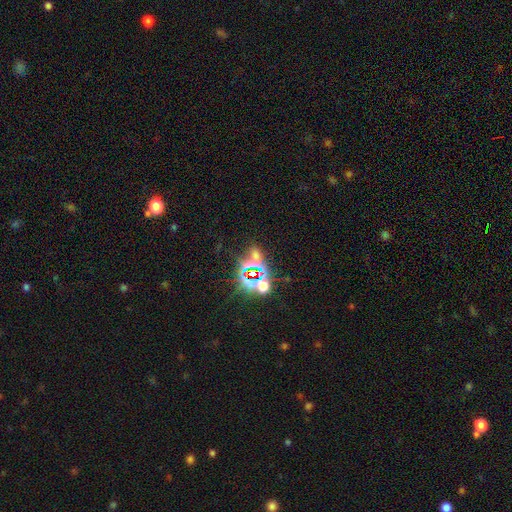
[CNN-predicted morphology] Smooth or featured? star or artifact (66%)